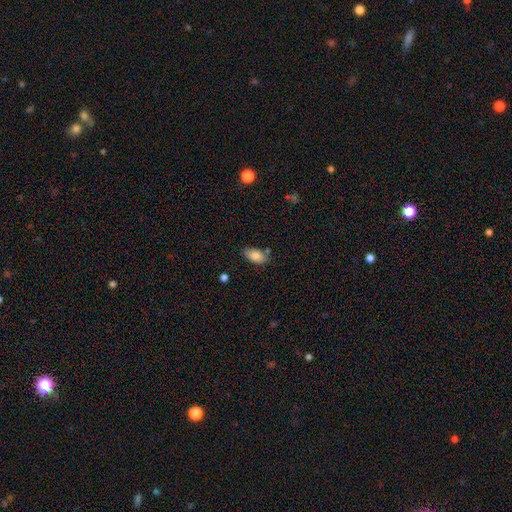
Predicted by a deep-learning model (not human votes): Smooth or featured?
  - smooth: 84% *
  - featured or disk: 9%
  - star or artifact: 7%
How rounded?
  - in between: 92% *
  - round: 4%
  - cigar-shaped: 4%
Merging?
  - none: 69% *
  - minor disturbance: 21%
  - merger: 6%
  - major disturbance: 4%